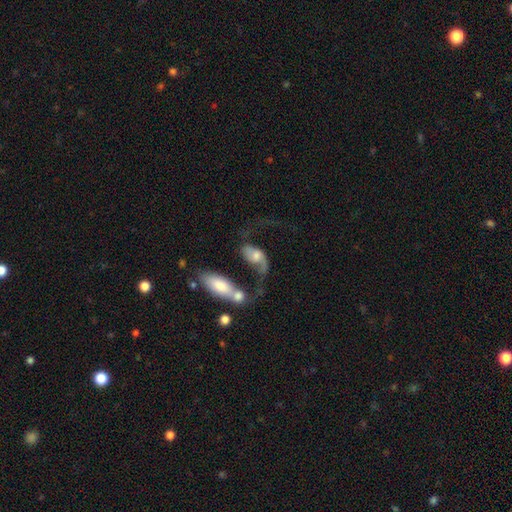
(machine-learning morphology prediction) Smooth or featured? Predicted: featured or disk (p=0.62). Edge-on disk? Predicted: no (p=0.93). Bar? Predicted: no (p=0.63). Spiral arms? Predicted: yes (p=0.81). Bulge size? Predicted: moderate (p=0.50). Merging? Predicted: merger (p=0.39).